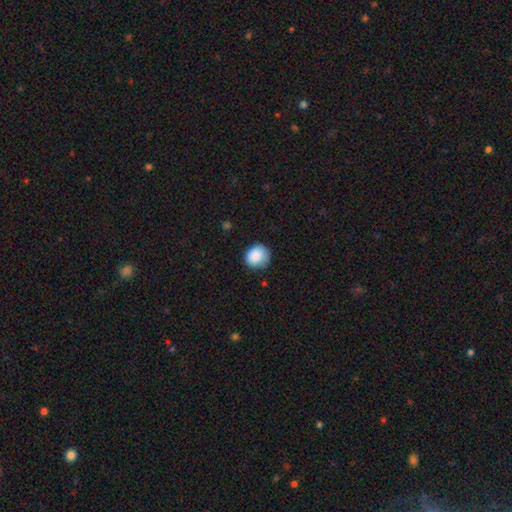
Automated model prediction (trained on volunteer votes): A smooth galaxy with no disk features (87%) that is round (80%). Merging: none (76%).